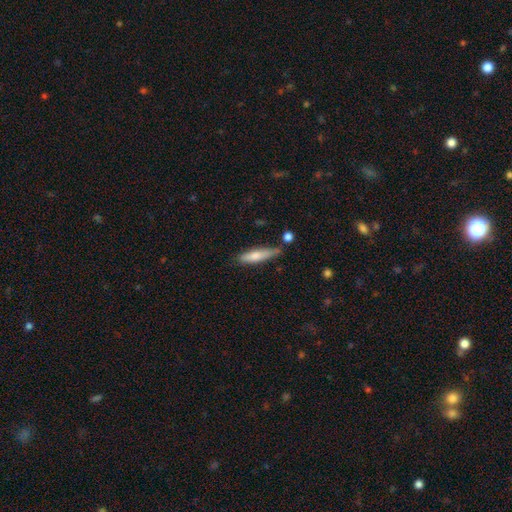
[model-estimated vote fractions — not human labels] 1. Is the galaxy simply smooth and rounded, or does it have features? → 72% smooth, 23% featured or disk, 6% star or artifact.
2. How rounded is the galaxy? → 79% cigar-shaped, 20% in between, 2% round.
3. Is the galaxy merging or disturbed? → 62% none, 25% minor disturbance, 8% merger, 6% major disturbance.